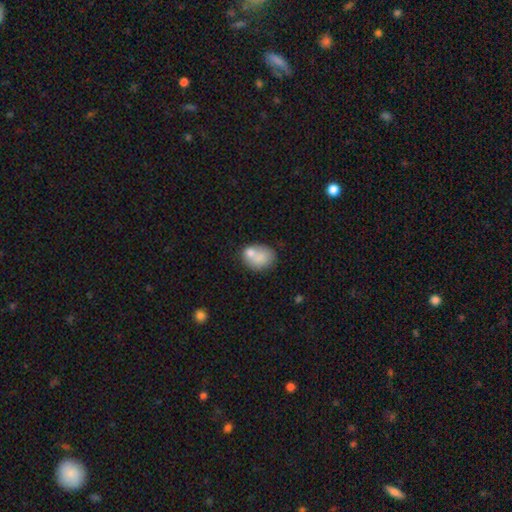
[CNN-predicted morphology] Overall: smooth (74%). How rounded: in between (57%; round 42%). Merging: none (39%; merger 37%).